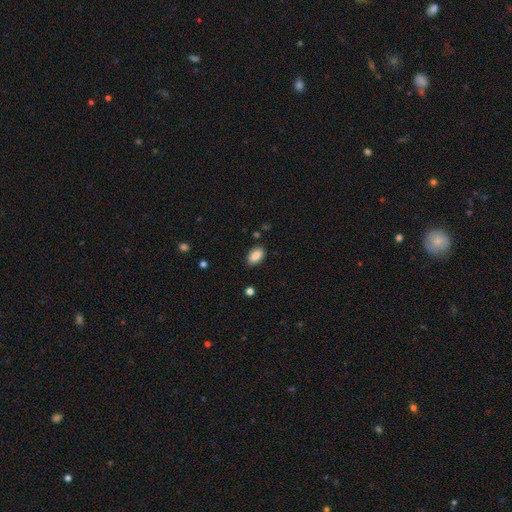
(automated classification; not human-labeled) Overall: smooth (85%). How rounded: in between (92%). Merging: none (85%).